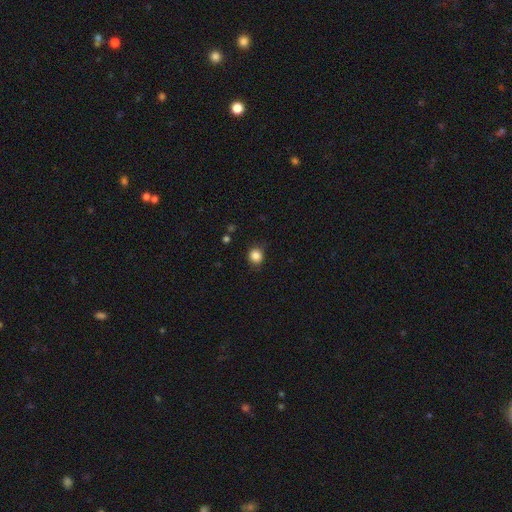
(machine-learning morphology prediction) Overall: smooth (85%). How rounded: round (87%). Merging: none (85%).